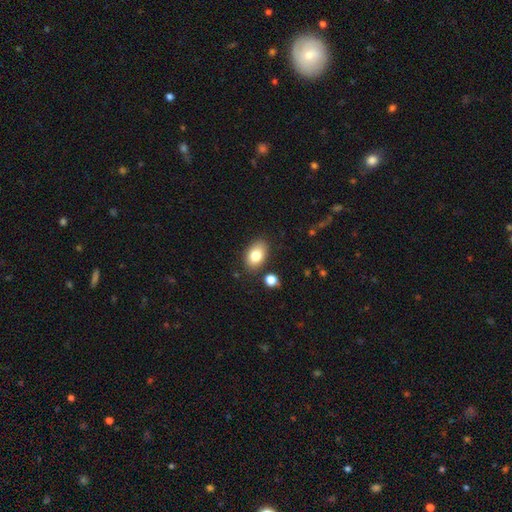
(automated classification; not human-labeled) Q: Smooth or featured?
A: smooth (81%); runner-up: featured or disk (11%)
Q: How rounded?
A: in between (86%); runner-up: round (13%)
Q: Merging?
A: none (81%); runner-up: minor disturbance (12%)